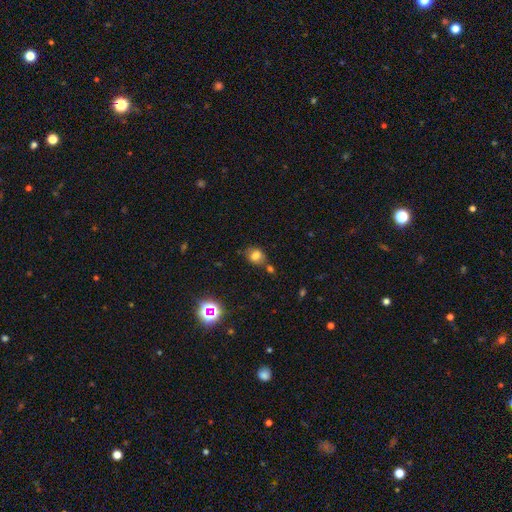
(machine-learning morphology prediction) smooth 72%, star or artifact 16%, featured or disk 12%. Down the decision tree: how rounded — round (54%); merging — none (64%).